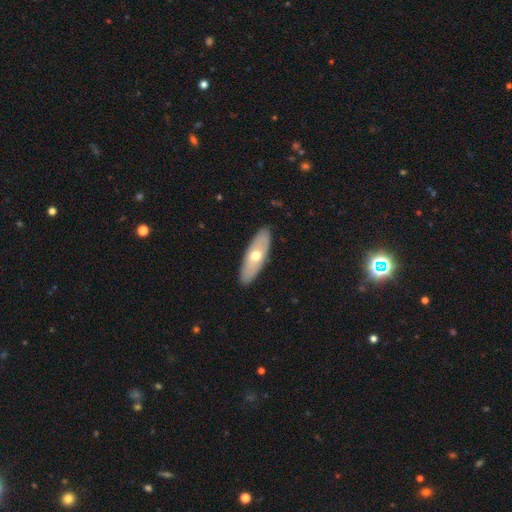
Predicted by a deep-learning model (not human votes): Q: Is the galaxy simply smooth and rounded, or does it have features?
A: smooth — 51%.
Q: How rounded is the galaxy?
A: in between — 60%.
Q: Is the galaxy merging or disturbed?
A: none — 90%.